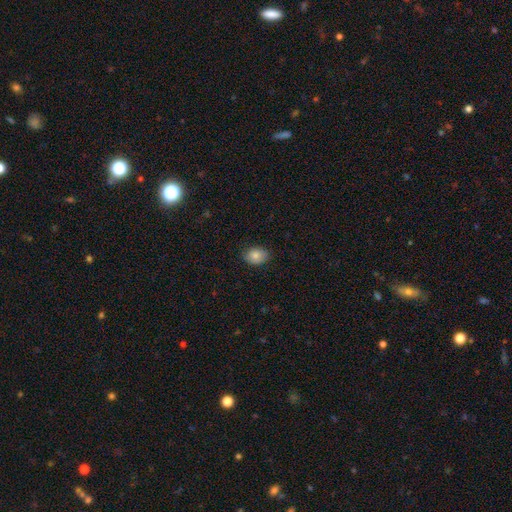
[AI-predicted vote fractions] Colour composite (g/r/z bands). It shows a smooth galaxy with no disk features (83%) that is in between round and cigar-shaped (69%). Merging: none (81%).